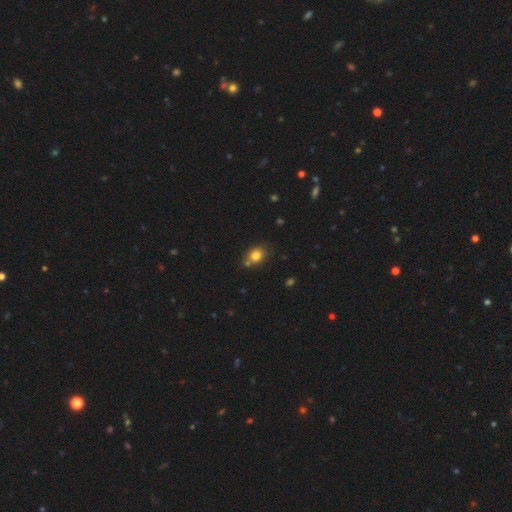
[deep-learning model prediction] Q: Smooth or featured?
A: smooth (80%); runner-up: star or artifact (11%)
Q: How rounded?
A: round (57%); runner-up: in between (42%)
Q: Merging?
A: none (65%); runner-up: minor disturbance (16%)